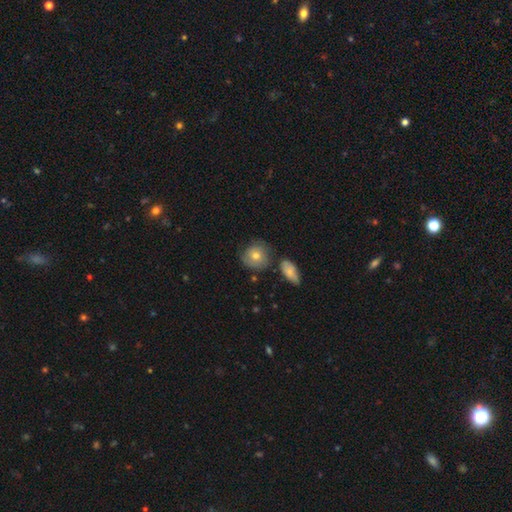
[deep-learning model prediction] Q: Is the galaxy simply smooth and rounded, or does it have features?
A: smooth — 59%.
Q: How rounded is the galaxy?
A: round — 82%.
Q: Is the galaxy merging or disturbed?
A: none — 65%.